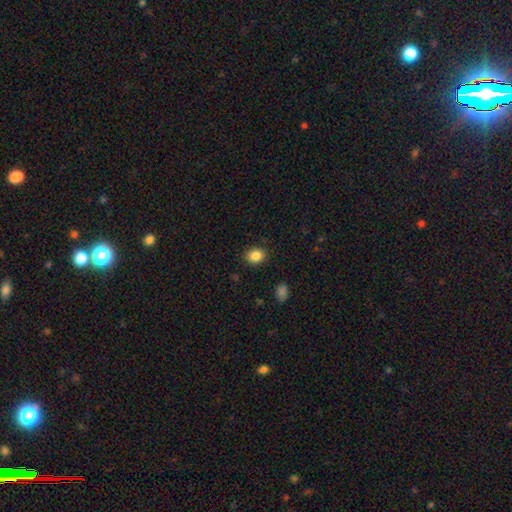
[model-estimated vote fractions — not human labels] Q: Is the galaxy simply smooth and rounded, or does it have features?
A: smooth — 86%.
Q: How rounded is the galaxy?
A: round — 58%.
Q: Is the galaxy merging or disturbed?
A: none — 88%.